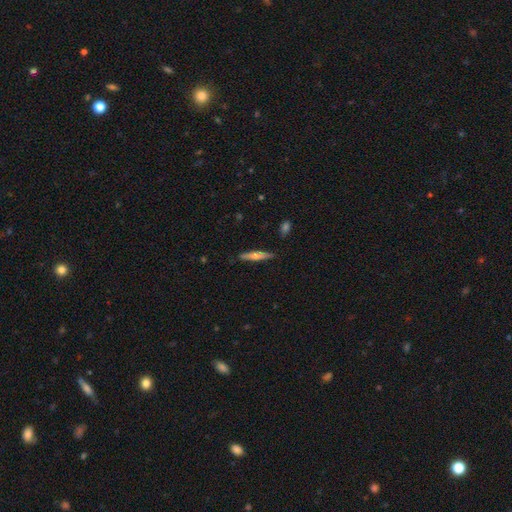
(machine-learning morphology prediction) Smooth or featured?
  - smooth: 47% *
  - featured or disk: 46%
  - star or artifact: 6%
Merging?
  - none: 87% *
  - minor disturbance: 10%
  - major disturbance: 2%
  - merger: 1%